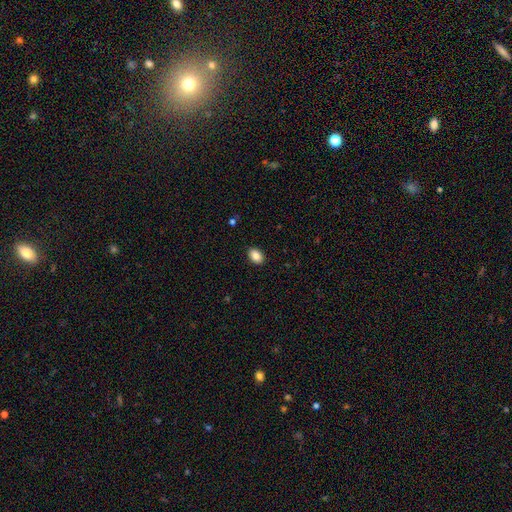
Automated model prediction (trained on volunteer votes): Q: Smooth or featured?
A: smooth (86%); runner-up: star or artifact (8%)
Q: How rounded?
A: in between (78%); runner-up: round (21%)
Q: Merging?
A: none (91%); runner-up: minor disturbance (7%)